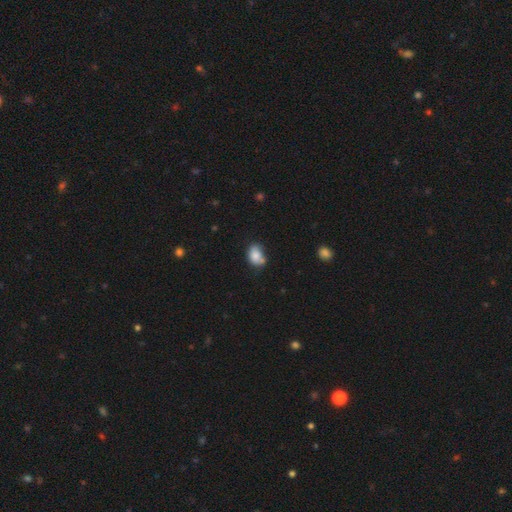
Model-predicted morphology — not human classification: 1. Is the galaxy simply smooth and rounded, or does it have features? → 81% smooth, 10% featured or disk, 9% star or artifact.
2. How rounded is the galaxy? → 75% in between, 24% round, 1% cigar-shaped.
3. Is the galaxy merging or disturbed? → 48% none, 32% minor disturbance, 11% merger, 8% major disturbance.